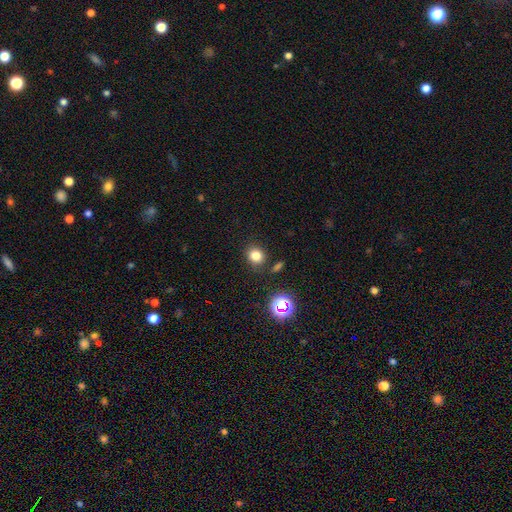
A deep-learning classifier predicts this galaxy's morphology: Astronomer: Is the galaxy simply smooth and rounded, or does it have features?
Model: smooth — 78%.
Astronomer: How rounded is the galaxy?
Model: round — 78%.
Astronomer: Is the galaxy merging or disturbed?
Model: none — 82%.